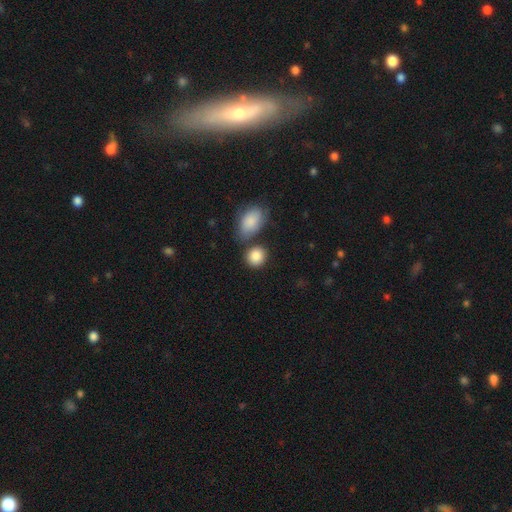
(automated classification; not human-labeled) This is clearly a smooth galaxy (88%). How rounded: likely round (72%). Merging: likely none (67%).